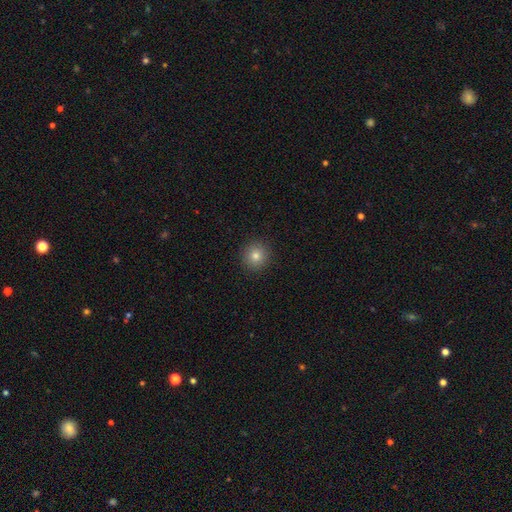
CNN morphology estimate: This is likely a smooth galaxy (80%). How rounded: clearly round (94%). Merging: clearly none (93%).